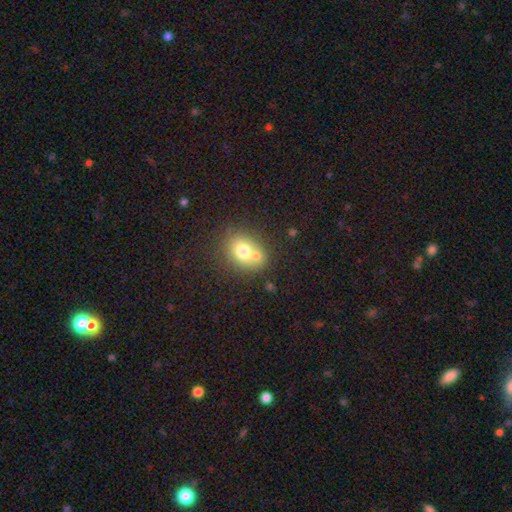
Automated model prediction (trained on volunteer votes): smooth 70%, featured or disk 19%, star or artifact 11%. Down the decision tree: how rounded — round (55%); merging — none (46%).